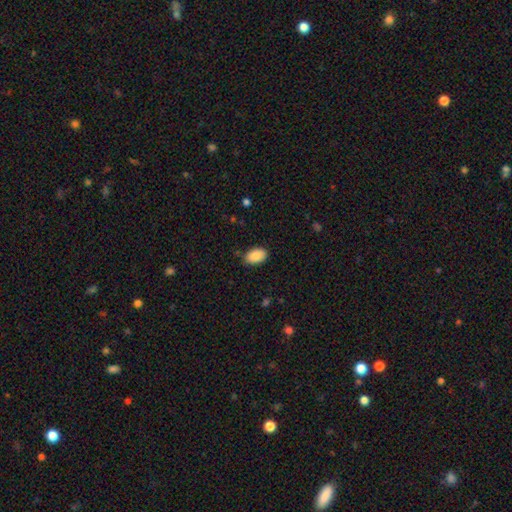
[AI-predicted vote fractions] The model was most divided on "merging": none: 82%, minor disturbance: 14%, major disturbance: 3%, merger: 1%. More confident: how rounded — in between (91%); smooth or featured — smooth (90%).